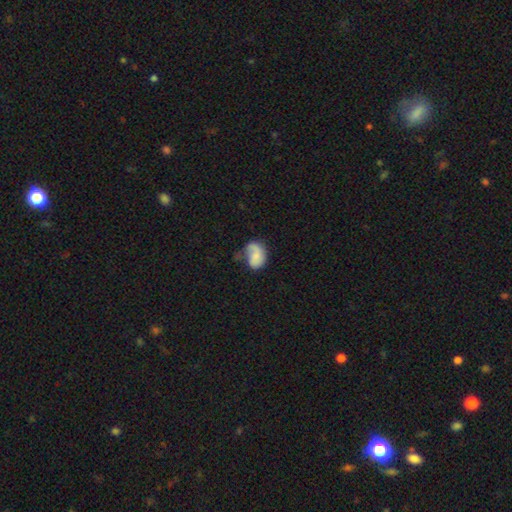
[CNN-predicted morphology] Smooth or featured?
  - smooth: 52% *
  - featured or disk: 40%
  - star or artifact: 8%
How rounded?
  - in between: 72% *
  - round: 27%
  - cigar-shaped: 1%
Merging?
  - none: 36% *
  - minor disturbance: 31%
  - major disturbance: 27%
  - merger: 7%